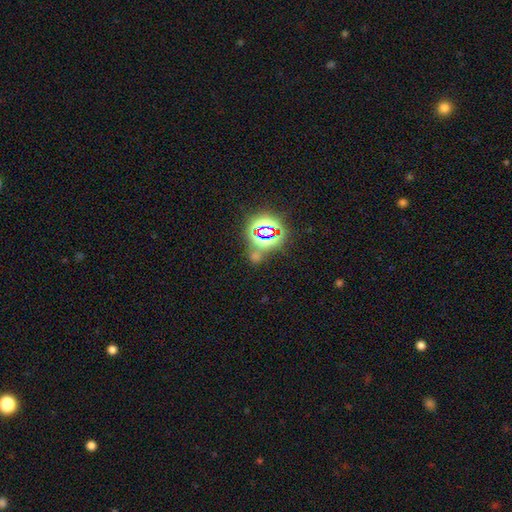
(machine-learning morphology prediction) Overall: star or artifact (74%).